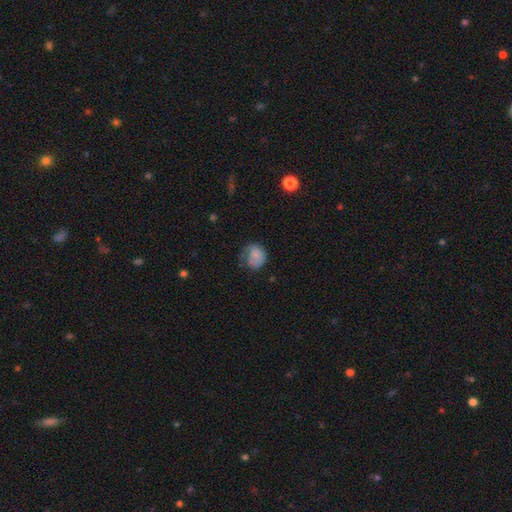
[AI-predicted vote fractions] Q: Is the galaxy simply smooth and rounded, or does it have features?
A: smooth — 71%.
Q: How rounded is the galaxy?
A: round — 70%.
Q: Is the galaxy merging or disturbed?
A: none — 41%.